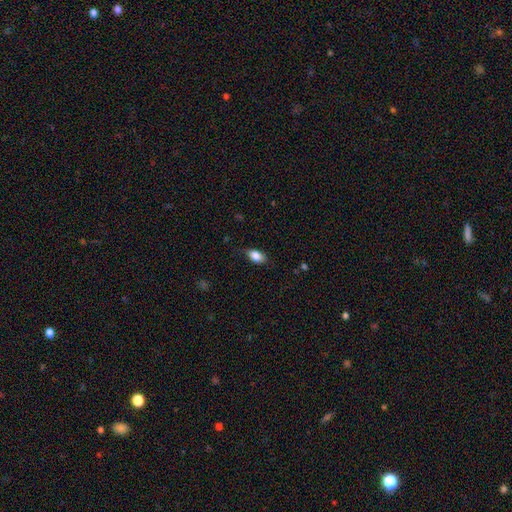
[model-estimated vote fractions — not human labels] smooth 84%, featured or disk 8%, star or artifact 8%. Down the decision tree: how rounded — in between (89%); merging — none (76%).